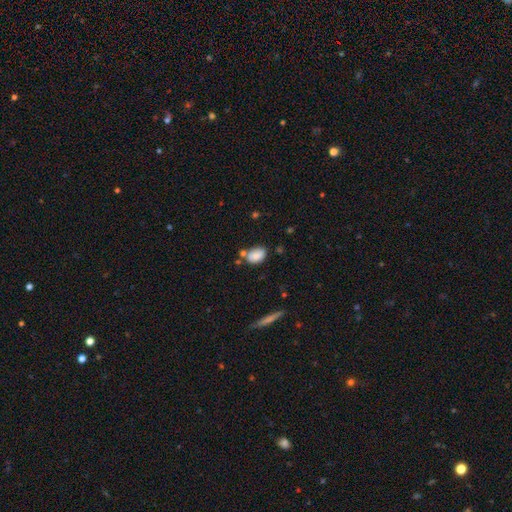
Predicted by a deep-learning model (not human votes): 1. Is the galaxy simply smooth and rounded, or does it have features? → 80% smooth, 11% featured or disk, 8% star or artifact.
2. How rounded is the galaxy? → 84% in between, 14% round, 2% cigar-shaped.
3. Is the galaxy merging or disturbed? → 60% none, 19% minor disturbance, 16% merger, 5% major disturbance.